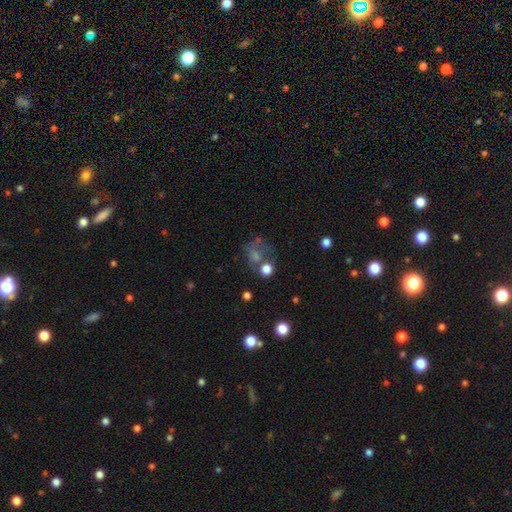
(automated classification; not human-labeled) Morphology: type=smooth (42%); merging=none (44%).